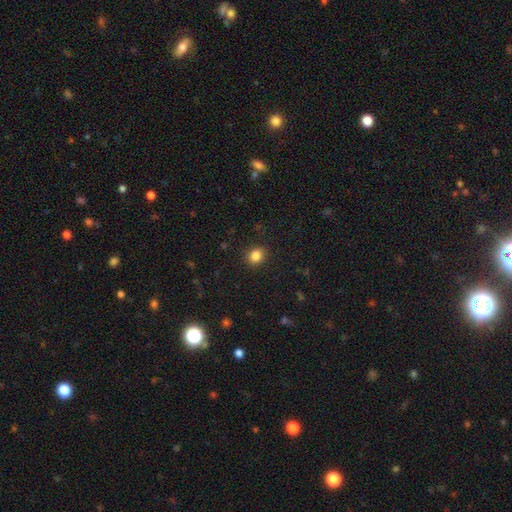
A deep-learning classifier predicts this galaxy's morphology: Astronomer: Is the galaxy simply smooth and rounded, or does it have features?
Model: smooth — 85%.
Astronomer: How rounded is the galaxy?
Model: round — 70%.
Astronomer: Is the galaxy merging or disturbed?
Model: none — 90%.